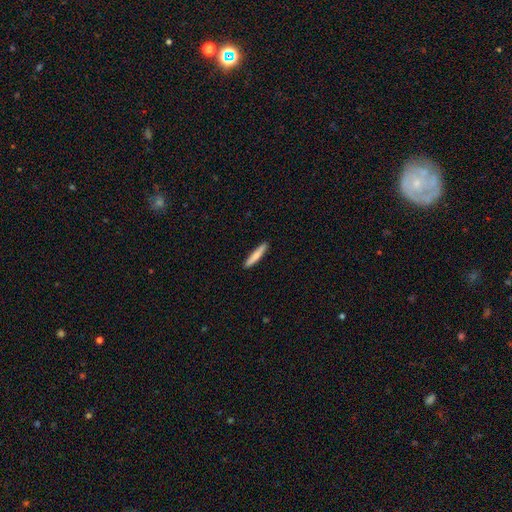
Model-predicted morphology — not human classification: A smooth galaxy with no disk features (81%) that is cigar-shaped (92%).

Vote fractions:
- Smooth or featured? smooth: 81% / featured or disk: 14% / star or artifact: 5%
- How rounded? cigar-shaped: 92% / in between: 7% / round: 1%
- Merging? none: 91% / minor disturbance: 7% / major disturbance: 1% / merger: 1%